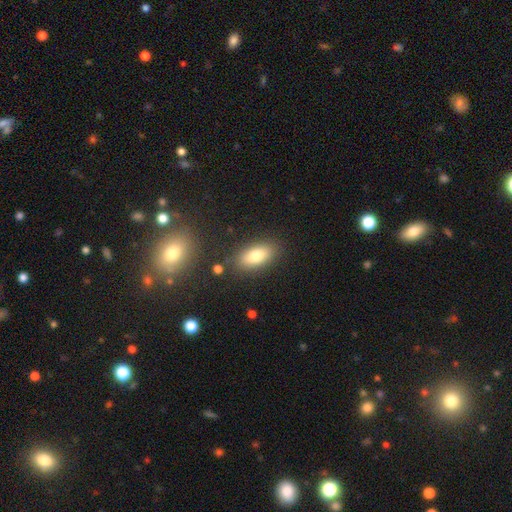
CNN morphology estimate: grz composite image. It shows a smooth galaxy with no disk features (77%) that is in between round and cigar-shaped (88%). Merging: none (83%).